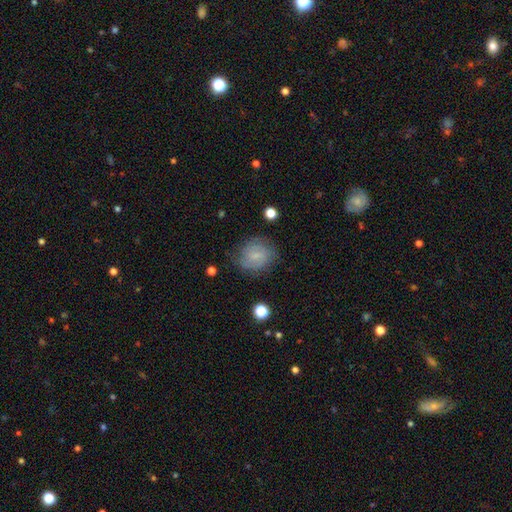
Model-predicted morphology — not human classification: This is likely a smooth galaxy (60%). How rounded: likely round (75%). Merging: likely none (74%).